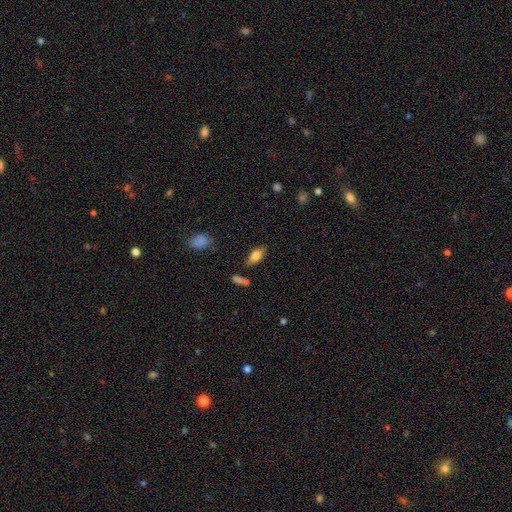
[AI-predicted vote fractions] smooth 76%, featured or disk 16%, star or artifact 7%. Down the decision tree: how rounded — in between (85%); merging — none (77%).